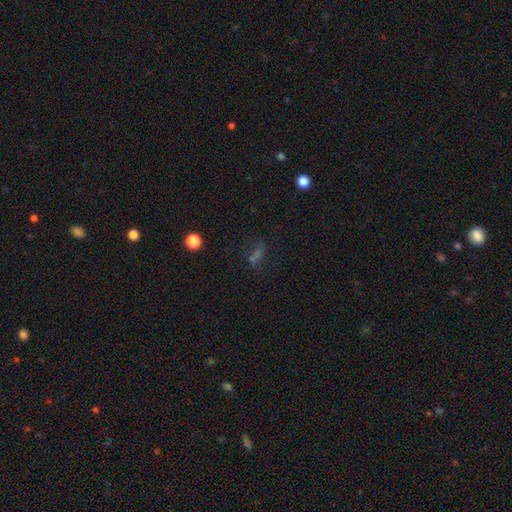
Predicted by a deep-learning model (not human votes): Smooth or featured: smooth — 39% (star or artifact — 33%)
Merging: none — 60% (minor disturbance — 18%)